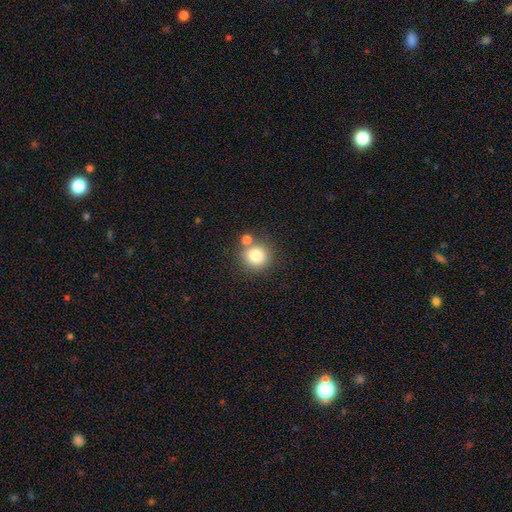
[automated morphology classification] A smooth galaxy with no disk features (81%) that is round (90%). Merging: none (71%).